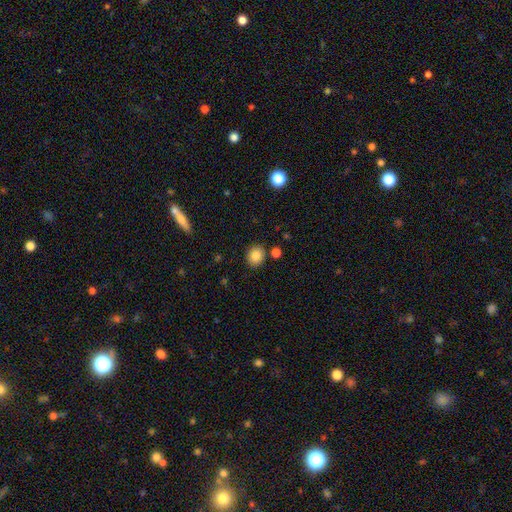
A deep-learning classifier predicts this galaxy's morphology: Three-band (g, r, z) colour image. It shows a smooth galaxy with no disk features (86%) that is round (73%). Merging: none (84%).